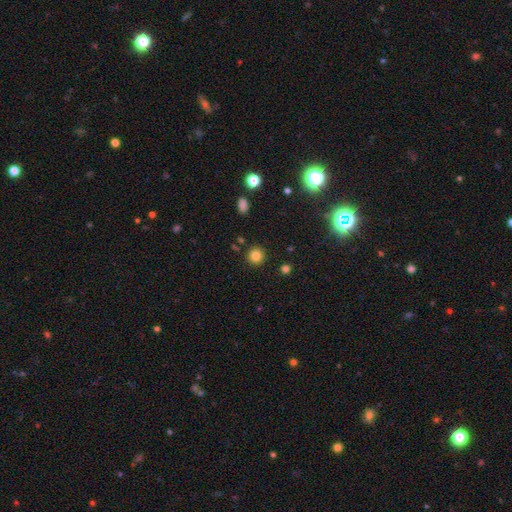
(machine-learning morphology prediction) smooth 83%, star or artifact 12%, featured or disk 5%. Down the decision tree: how rounded — round (92%); merging — none (89%).